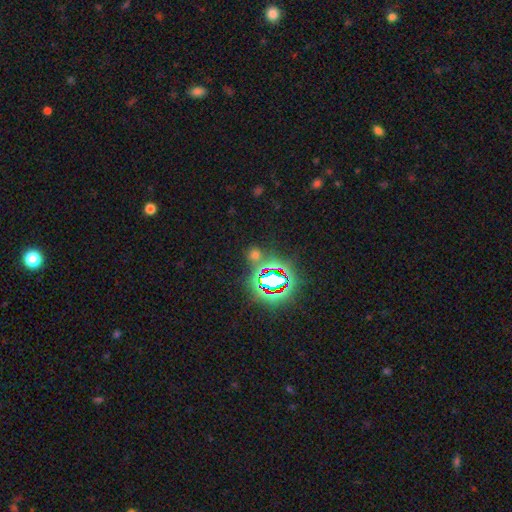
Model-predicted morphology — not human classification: A star or artifact, not a galaxy (56%).

Vote fractions:
- Smooth or featured? star or artifact: 56% / smooth: 37% / featured or disk: 7%